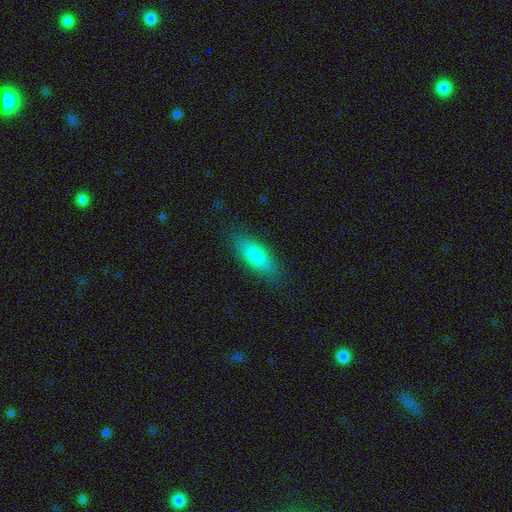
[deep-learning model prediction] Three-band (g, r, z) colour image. It shows a smooth galaxy with no disk features (77%) that is in between round and cigar-shaped (72%). Merging: none (85%).